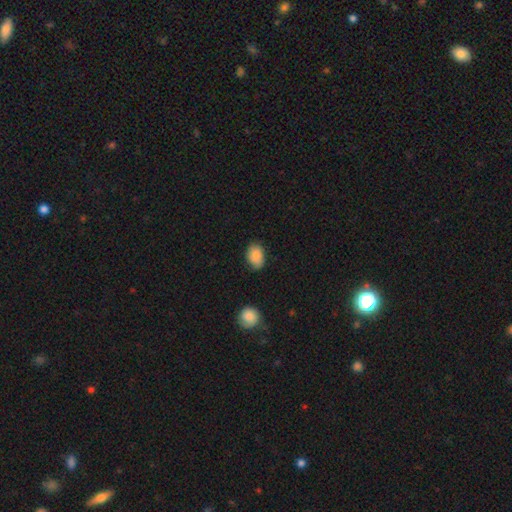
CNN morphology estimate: smooth_or_featured: smooth (p=0.87) [alt: star or artifact p=0.07]
how_rounded: in between (p=0.81) [alt: round p=0.18]
merging: none (p=0.76) [alt: minor disturbance p=0.20]